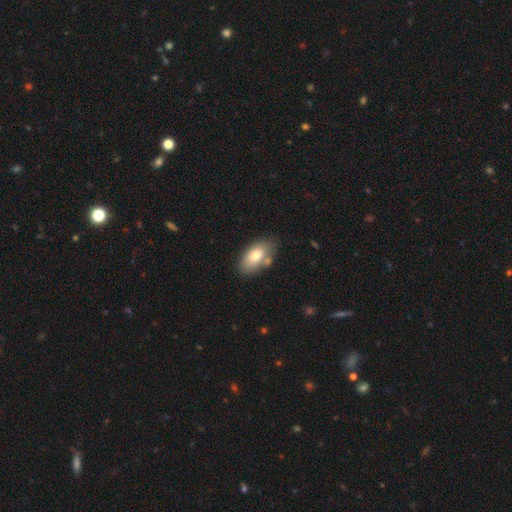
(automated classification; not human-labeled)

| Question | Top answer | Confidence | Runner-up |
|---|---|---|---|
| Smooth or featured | smooth | 75% | featured or disk (18%) |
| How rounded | in between | 93% | round (4%) |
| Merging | none | 66% | minor disturbance (18%) |